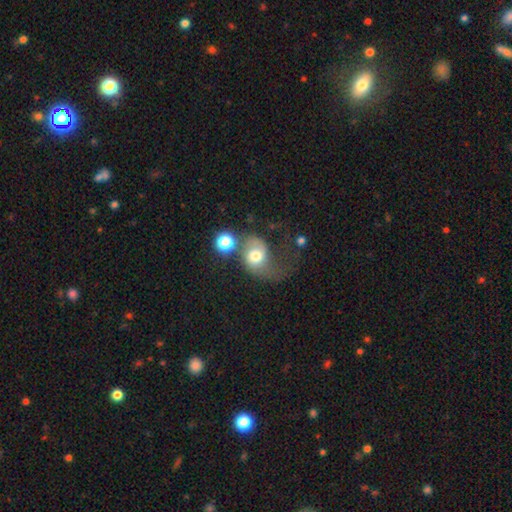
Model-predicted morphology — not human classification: The model was most divided on "how rounded": round: 53%, in between: 46%, cigar-shaped: 1%. Remaining: smooth or featured — smooth (51%); merging — major disturbance (39%).